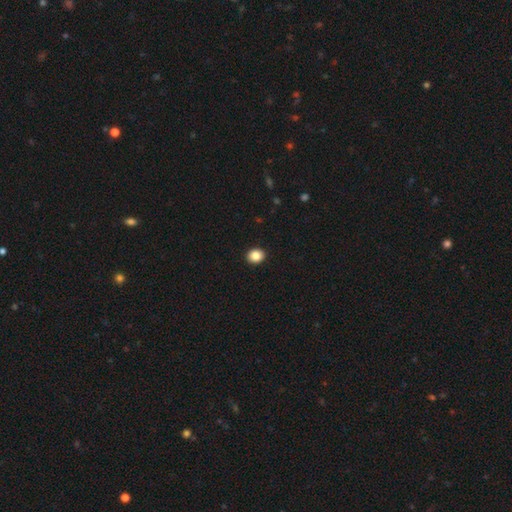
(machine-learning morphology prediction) smooth-or-featured: smooth: 86% | star or artifact: 9% | featured or disk: 5%
  how-rounded: round: 62% | in between: 37% | cigar-shaped: 1%
  merging: none: 93% | minor disturbance: 5% | major disturbance: 1% | merger: 1%